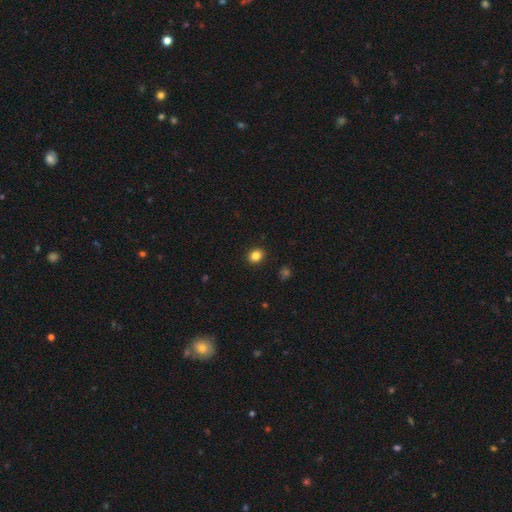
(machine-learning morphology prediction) Q: Smooth or featured?
A: smooth (84%); runner-up: star or artifact (11%)
Q: How rounded?
A: round (63%); runner-up: in between (36%)
Q: Merging?
A: none (91%); runner-up: minor disturbance (6%)